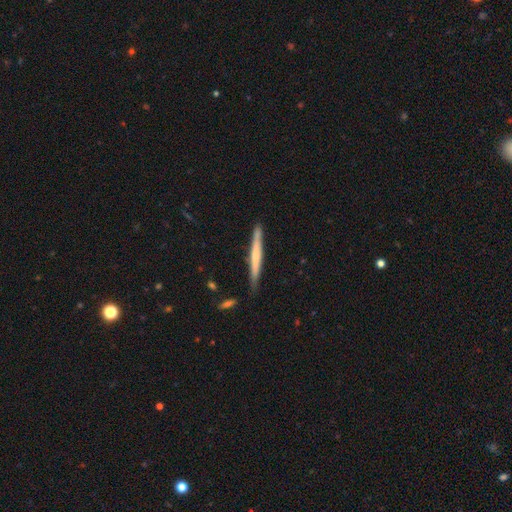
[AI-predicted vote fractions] Smooth or featured?
  - smooth: 48% *
  - featured or disk: 47%
  - star or artifact: 5%
Merging?
  - none: 86% *
  - minor disturbance: 11%
  - merger: 2%
  - major disturbance: 2%